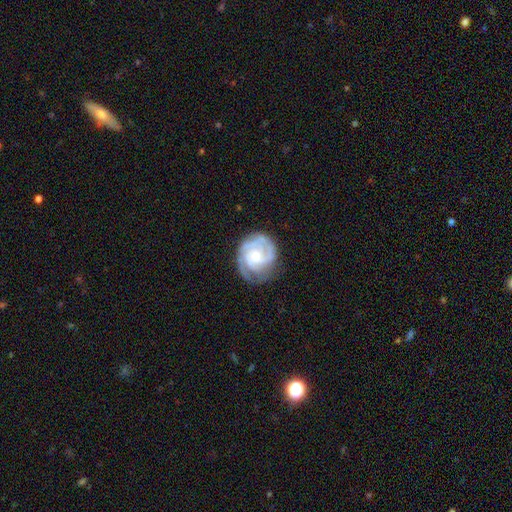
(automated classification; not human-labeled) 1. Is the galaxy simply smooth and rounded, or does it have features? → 88% featured or disk, 8% smooth, 4% star or artifact.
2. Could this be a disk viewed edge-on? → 98% no, 2% yes.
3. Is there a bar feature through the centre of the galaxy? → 70% no, 26% weak, 4% strong.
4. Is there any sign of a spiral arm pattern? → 97% yes, 3% no.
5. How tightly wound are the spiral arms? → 71% tight, 25% medium, 4% loose.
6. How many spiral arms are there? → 40% 3, 25% 2, 17% can't tell, 8% 4, 5% 1, 5% more than 4.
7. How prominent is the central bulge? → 49% small, 47% moderate, 2% large, 2% none, 1% dominant.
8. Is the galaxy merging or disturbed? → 74% none, 19% minor disturbance, 6% major disturbance, 1% merger.